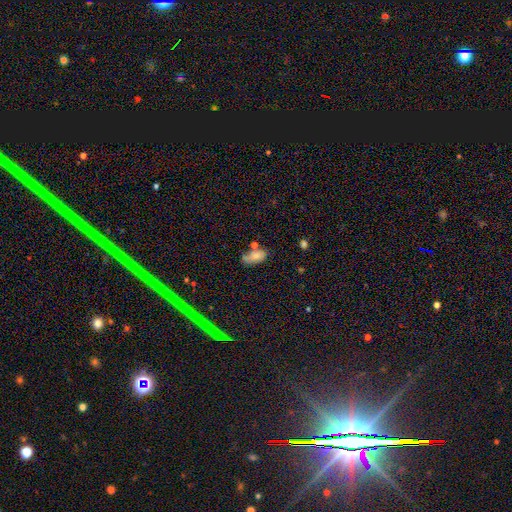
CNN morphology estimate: type=smooth (69%); roundness=in between (89%); merging=none (48%).